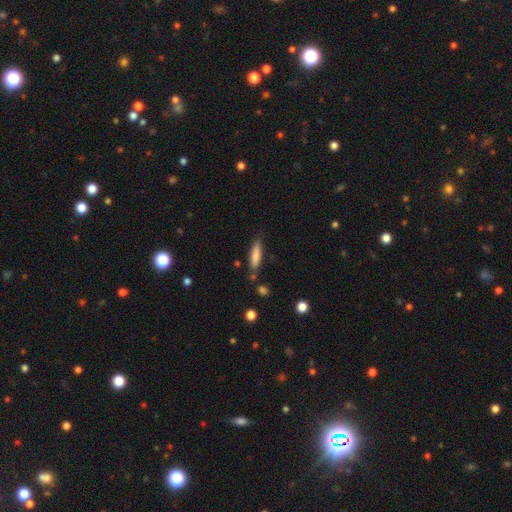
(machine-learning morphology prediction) Smooth or featured?
  - smooth: 81% *
  - featured or disk: 12%
  - star or artifact: 6%
How rounded?
  - cigar-shaped: 71% *
  - in between: 27%
  - round: 2%
Merging?
  - none: 77% *
  - minor disturbance: 15%
  - merger: 5%
  - major disturbance: 3%